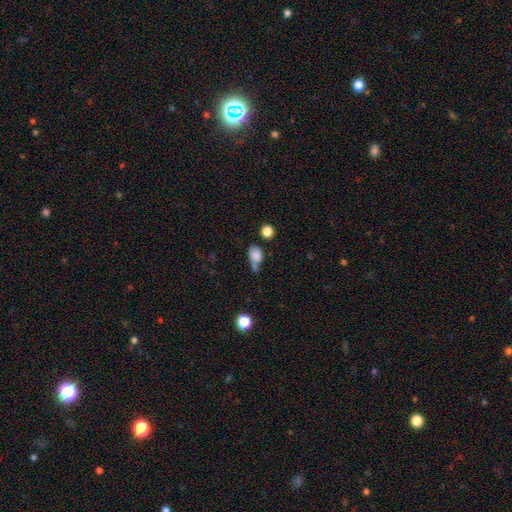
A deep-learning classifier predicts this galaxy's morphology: A smooth galaxy with no disk features (82%) that is in between round and cigar-shaped (62%).

Vote fractions:
- Smooth or featured? smooth: 82% / star or artifact: 10% / featured or disk: 7%
- How rounded? in between: 62% / round: 36% / cigar-shaped: 2%
- Merging? none: 39% / merger: 27% / minor disturbance: 23% / major disturbance: 10%